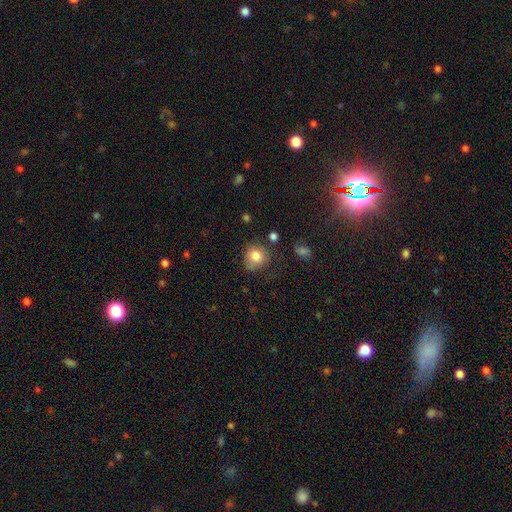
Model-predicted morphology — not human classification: This is clearly a smooth galaxy (81%). How rounded: clearly round (81%). Merging: likely none (66%).